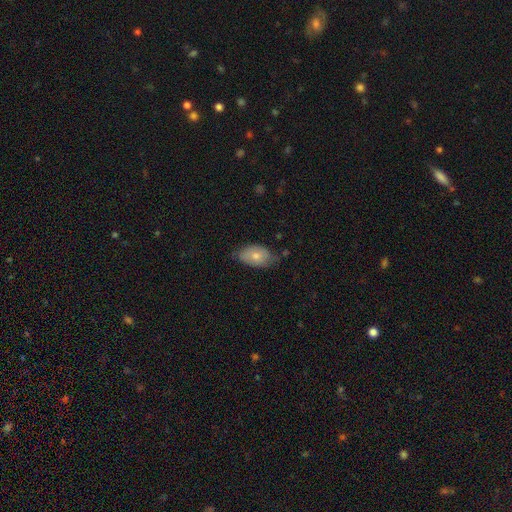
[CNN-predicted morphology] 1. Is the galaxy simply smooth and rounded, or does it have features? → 71% smooth, 23% featured or disk, 7% star or artifact.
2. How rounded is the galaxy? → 91% in between, 7% round, 2% cigar-shaped.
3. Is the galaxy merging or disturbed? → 62% none, 31% minor disturbance, 5% major disturbance, 2% merger.